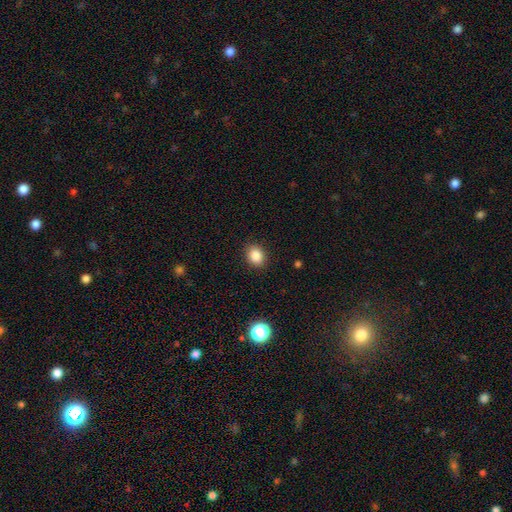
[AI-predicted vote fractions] Smooth or featured: smooth — 86% (star or artifact — 10%)
How rounded: in between — 50% (round — 49%)
Merging: none — 89% (minor disturbance — 7%)